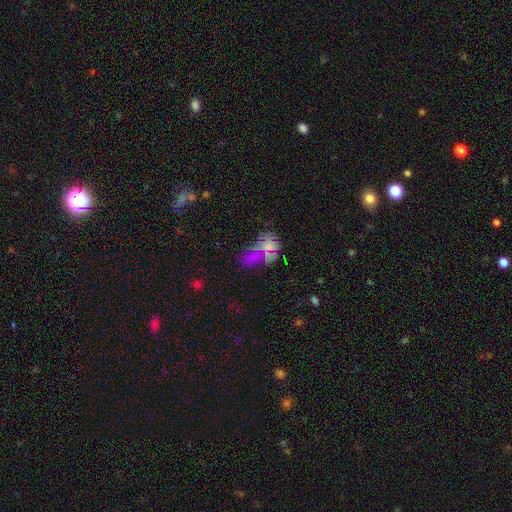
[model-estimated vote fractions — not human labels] This is marginally a smooth galaxy (40%). Merging: marginally merger (38%).